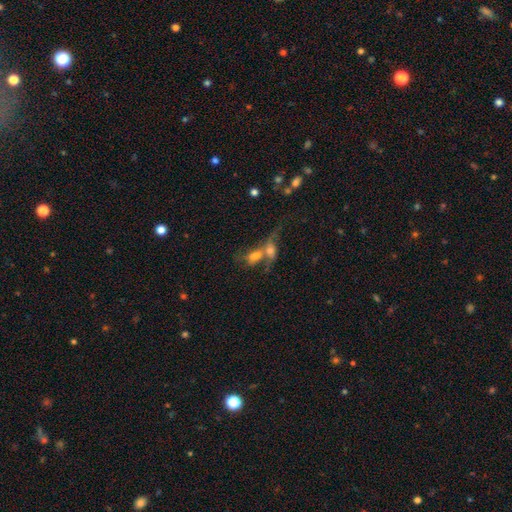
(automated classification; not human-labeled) Smooth or featured? smooth (44%)
Merging? merger (69%)